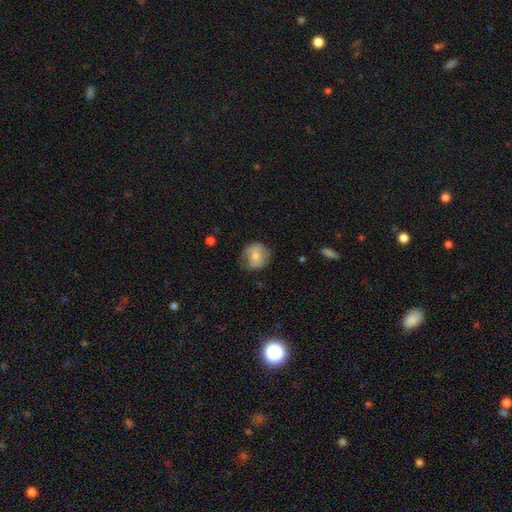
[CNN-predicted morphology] Smooth or featured? smooth (64%)
How rounded? round (80%)
Merging? none (61%)